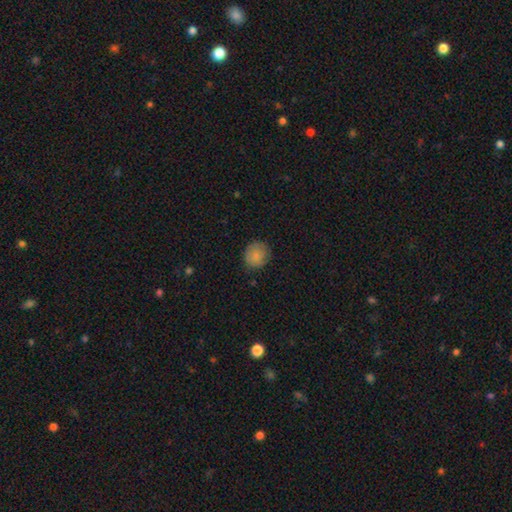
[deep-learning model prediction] A smooth galaxy with no disk features (85%) that is round (83%). Merging: none (83%).